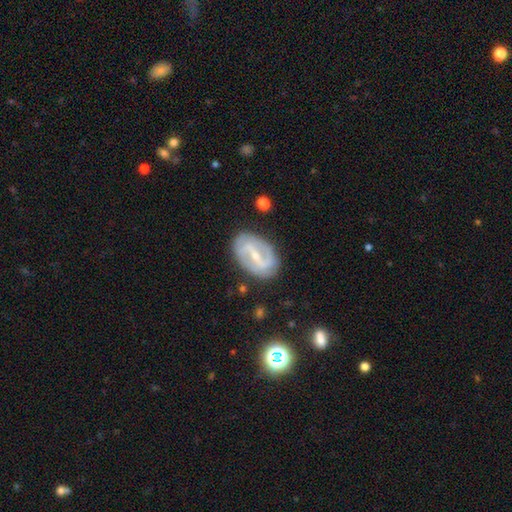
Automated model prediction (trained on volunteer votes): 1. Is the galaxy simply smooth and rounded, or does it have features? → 82% featured or disk, 12% smooth, 6% star or artifact.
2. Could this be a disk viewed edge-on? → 96% no, 4% yes.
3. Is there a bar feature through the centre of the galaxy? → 51% strong, 37% weak, 12% no.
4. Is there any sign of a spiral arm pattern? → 87% yes, 13% no.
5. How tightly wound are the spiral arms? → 41% medium, 29% loose, 29% tight.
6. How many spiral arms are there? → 83% 2, 10% can't tell, 3% 3, 2% 1, 1% 4, 1% more than 4.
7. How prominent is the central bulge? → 67% small, 28% moderate, 4% none, 1% large, 1% dominant.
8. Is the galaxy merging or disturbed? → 80% none, 14% minor disturbance, 4% major disturbance, 2% merger.